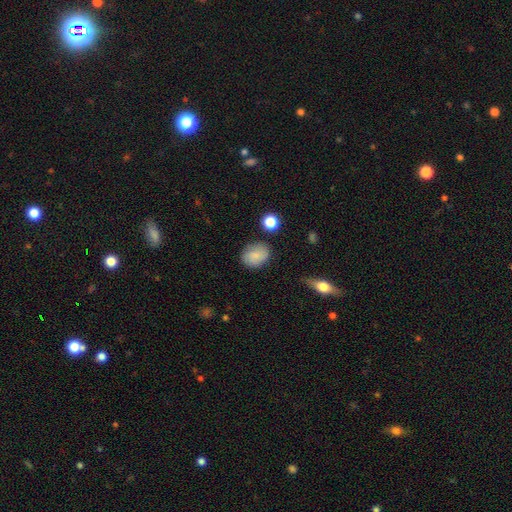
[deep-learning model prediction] This is likely a smooth galaxy (80%). How rounded: possibly in between (57%). Merging: likely none (75%).